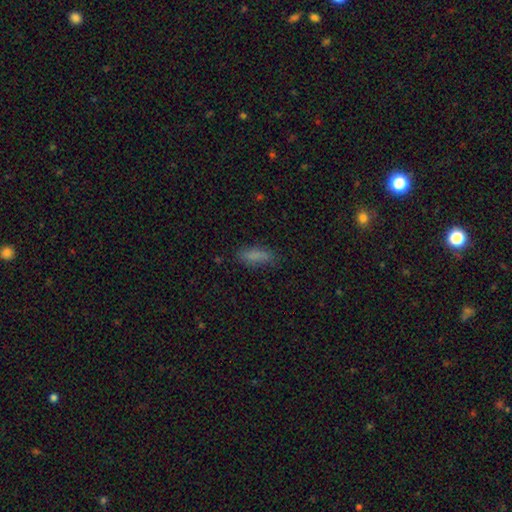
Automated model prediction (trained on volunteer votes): A smooth galaxy with no disk features (82%) that is in between round and cigar-shaped (56%). Merging: none (77%).